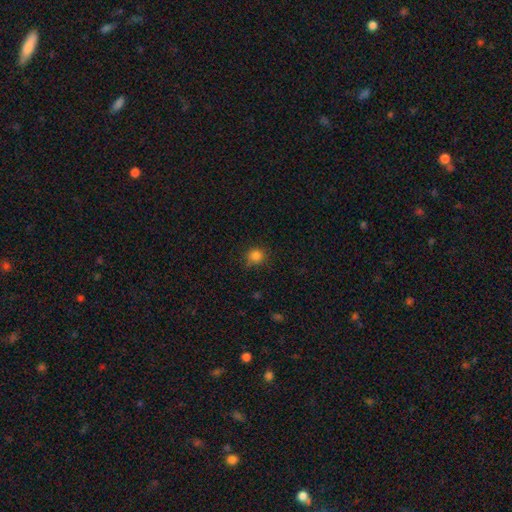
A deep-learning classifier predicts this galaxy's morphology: The model was most divided on "merging": none: 78%, minor disturbance: 16%, major disturbance: 4%, merger: 2%. More confident: how rounded — round (87%); smooth or featured — smooth (84%).